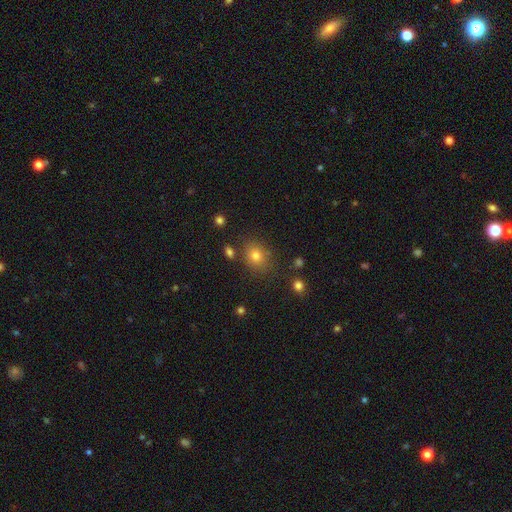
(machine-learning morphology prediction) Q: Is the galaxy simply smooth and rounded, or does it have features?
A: smooth — 77%.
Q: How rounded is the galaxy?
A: round — 64%.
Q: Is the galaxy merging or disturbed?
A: none — 79%.